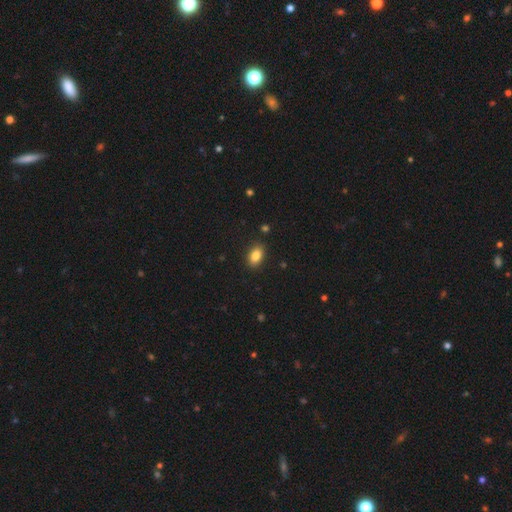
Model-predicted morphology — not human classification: Smooth or featured: smooth — 85% (star or artifact — 9%)
How rounded: in between — 87% (round — 10%)
Merging: none — 88% (minor disturbance — 9%)